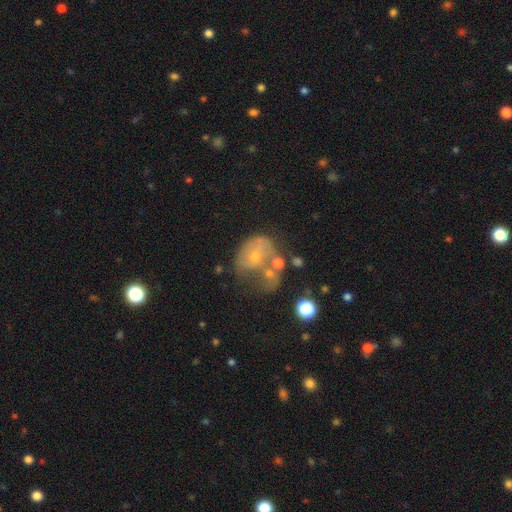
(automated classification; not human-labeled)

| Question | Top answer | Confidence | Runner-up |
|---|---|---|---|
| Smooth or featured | featured or disk | 55% | smooth (31%) |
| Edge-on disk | no | 96% | yes (4%) |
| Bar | no | 73% | weak (21%) |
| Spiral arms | no | 50% | tied: yes (50%) |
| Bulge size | small | 61% | moderate (33%) |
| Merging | none | 29% | merger (27%) |